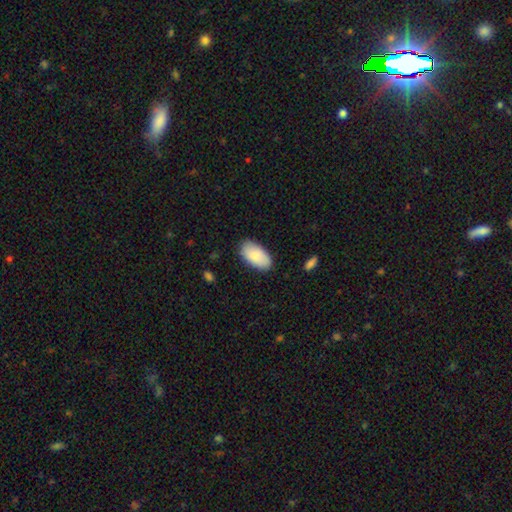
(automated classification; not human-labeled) This is clearly a smooth galaxy (86%). How rounded: clearly in between (96%). Merging: clearly none (84%).